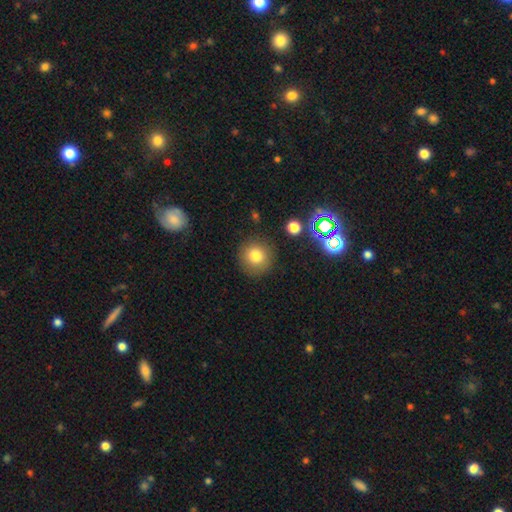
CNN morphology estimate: A smooth galaxy with no disk features (79%) that is round (94%).

Vote fractions:
- Smooth or featured? smooth: 79% / star or artifact: 13% / featured or disk: 9%
- How rounded? round: 94% / in between: 5% / cigar-shaped: 1%
- Merging? none: 88% / minor disturbance: 8% / major disturbance: 3% / merger: 2%